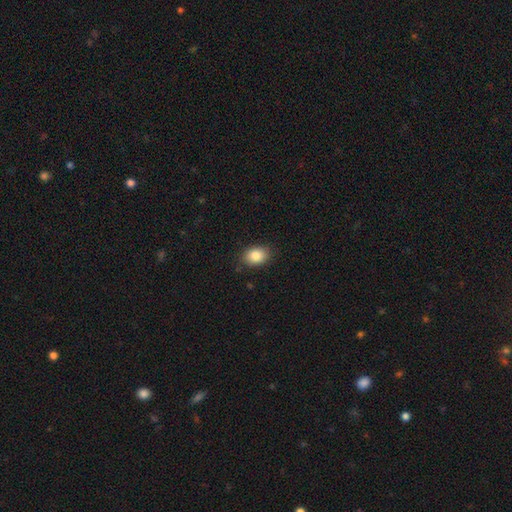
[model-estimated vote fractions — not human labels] This appears to be a smooth galaxy with no disk features (85%) that is in between round and cigar-shaped (75%). Merging: none (85%).